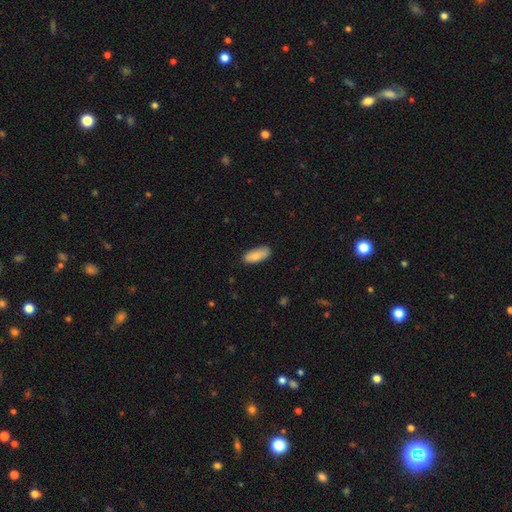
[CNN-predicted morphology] Smooth or featured?
  - smooth: 82% *
  - featured or disk: 12%
  - star or artifact: 6%
How rounded?
  - in between: 79% *
  - cigar-shaped: 19%
  - round: 2%
Merging?
  - none: 81% *
  - minor disturbance: 15%
  - major disturbance: 2%
  - merger: 1%